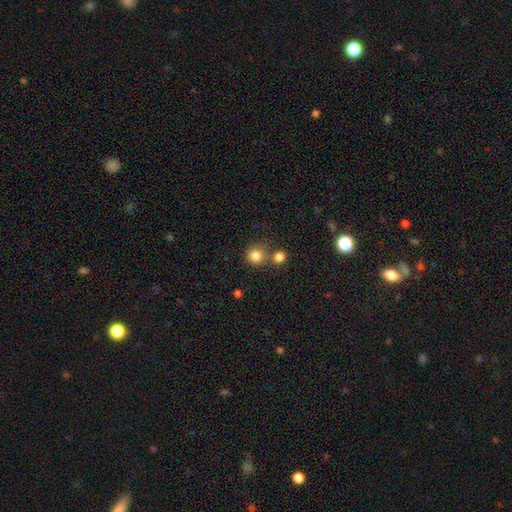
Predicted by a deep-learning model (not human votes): Morphology: type=smooth (83%); roundness=round (92%); merging=none (66%).